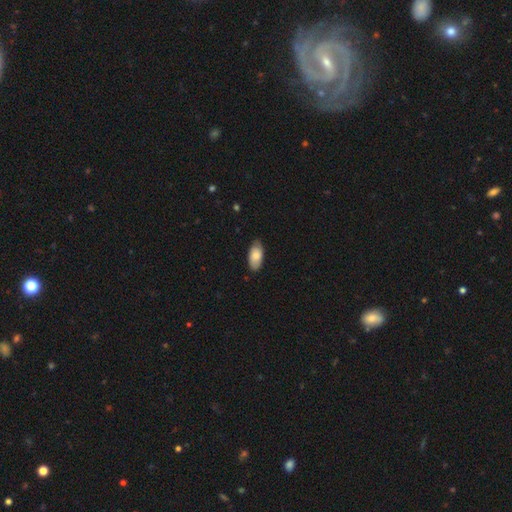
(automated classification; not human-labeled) smooth_or_featured: smooth (p=0.76) [alt: featured or disk p=0.18]
how_rounded: in between (p=0.93) [alt: cigar-shaped p=0.05]
merging: none (p=0.80) [alt: minor disturbance p=0.16]